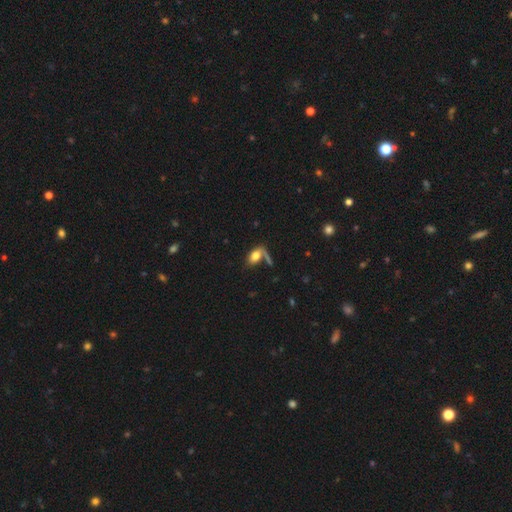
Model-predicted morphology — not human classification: Smooth or featured? Predicted: smooth (p=0.72). How rounded? Predicted: in between (p=0.85). Merging? Predicted: none (p=0.49).